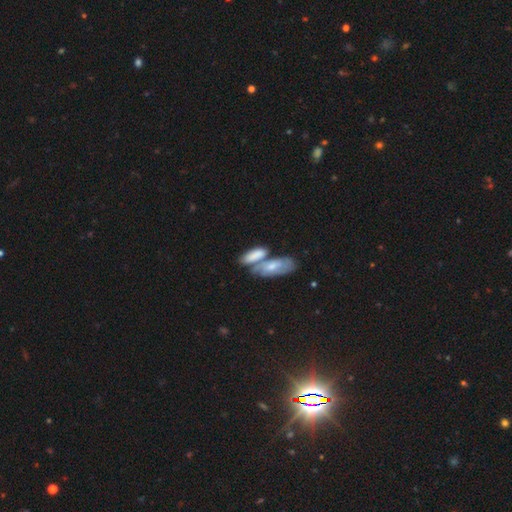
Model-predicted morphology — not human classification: type=smooth (70%); roundness=in between (75%); merging=merger (51%).